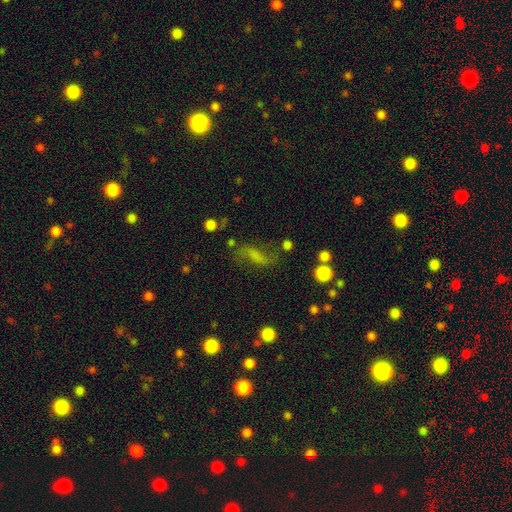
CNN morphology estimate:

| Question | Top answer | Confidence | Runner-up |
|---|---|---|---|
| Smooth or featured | featured or disk | 44% | smooth (38%) |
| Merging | none | 62% | minor disturbance (19%) |